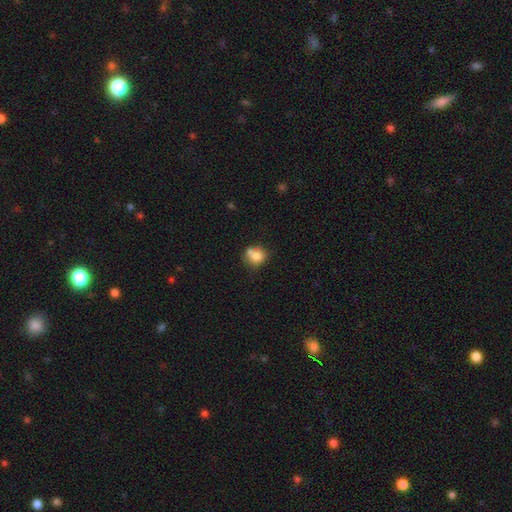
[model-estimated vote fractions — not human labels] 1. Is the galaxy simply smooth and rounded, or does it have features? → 75% smooth, 14% featured or disk, 11% star or artifact.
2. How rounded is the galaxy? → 70% round, 29% in between, 1% cigar-shaped.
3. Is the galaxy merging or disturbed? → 46% none, 32% merger, 16% minor disturbance, 6% major disturbance.